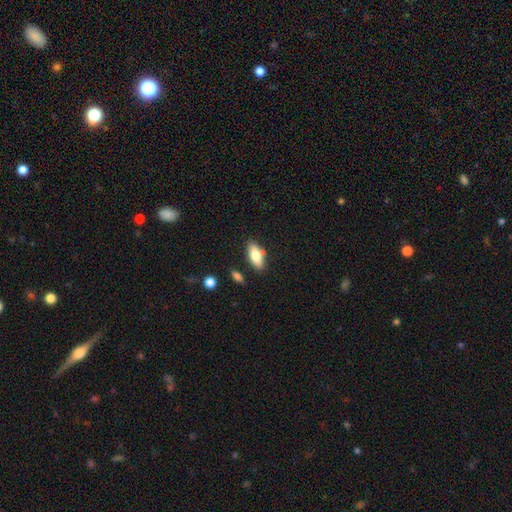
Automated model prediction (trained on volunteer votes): smooth_or_featured: smooth (p=0.74) [alt: featured or disk p=0.19]
how_rounded: in between (p=0.79) [alt: cigar-shaped p=0.18]
merging: none (p=0.78) [alt: minor disturbance p=0.13]